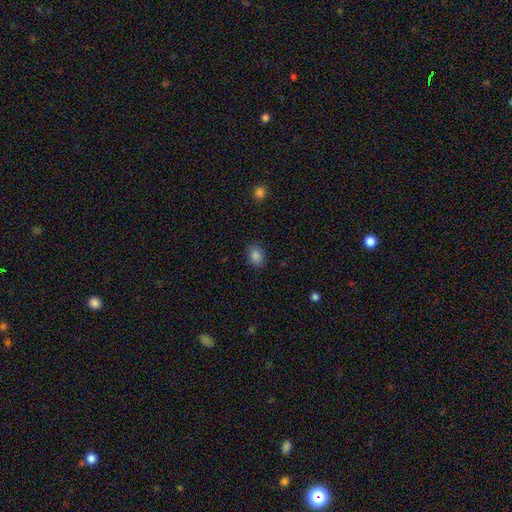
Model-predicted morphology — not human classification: A smooth galaxy with no disk features (85%) that is in between round and cigar-shaped (65%). Merging: none (85%).